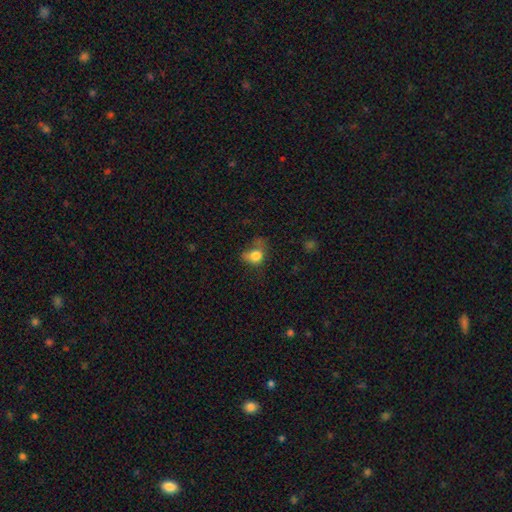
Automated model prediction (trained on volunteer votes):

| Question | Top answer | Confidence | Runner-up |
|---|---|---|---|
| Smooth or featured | smooth | 77% | featured or disk (12%) |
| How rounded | round | 55% | in between (44%) |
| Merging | none | 32% | major disturbance (30%) |